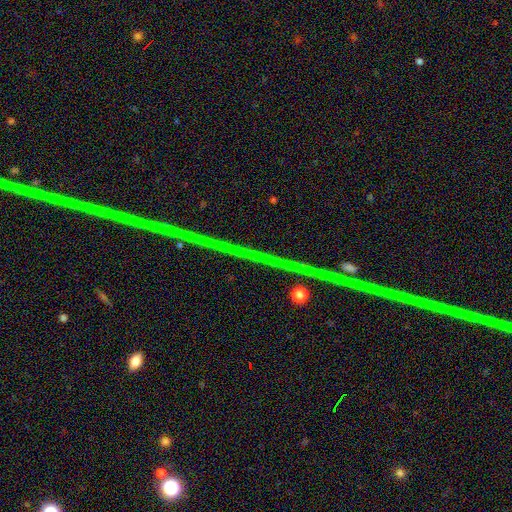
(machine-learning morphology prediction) Q: Smooth or featured?
A: star or artifact (78%); runner-up: featured or disk (15%)